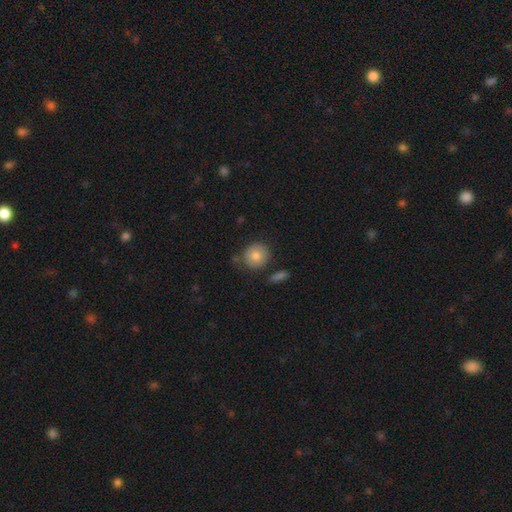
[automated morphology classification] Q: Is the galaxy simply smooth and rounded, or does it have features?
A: smooth — 79%.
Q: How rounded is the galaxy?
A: round — 88%.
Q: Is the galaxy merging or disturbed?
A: none — 77%.